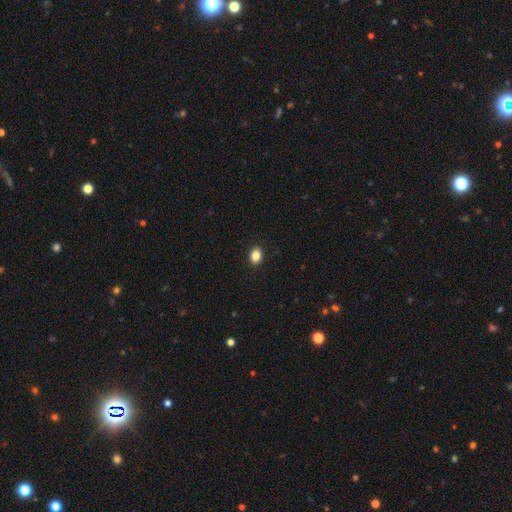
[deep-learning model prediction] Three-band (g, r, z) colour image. It shows a smooth galaxy with no disk features (86%) that is in between round and cigar-shaped (68%). Merging: none (90%).